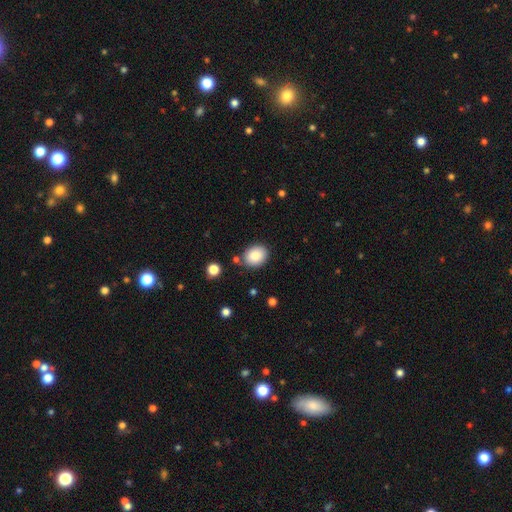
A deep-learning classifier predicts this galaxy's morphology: A smooth galaxy with no disk features (86%) that is round (51%). Merging: none (80%).